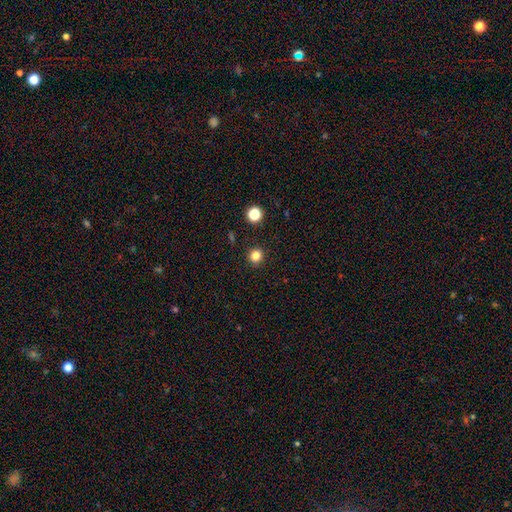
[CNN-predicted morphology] This appears to be a smooth galaxy with no disk features (82%) that is round (93%). Merging: none (92%).